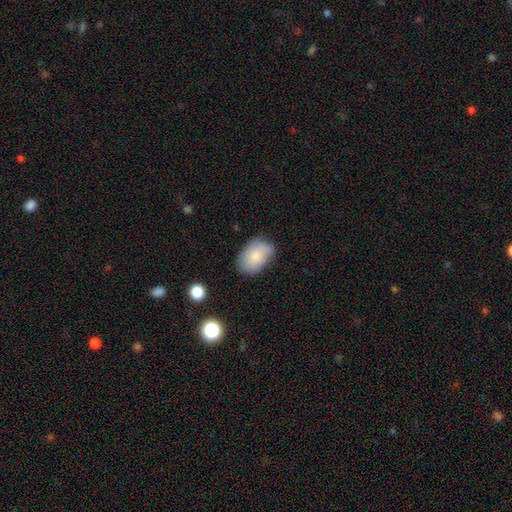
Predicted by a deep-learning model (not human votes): A smooth galaxy with no disk features (78%) that is in between round and cigar-shaped (88%). Merging: none (71%).